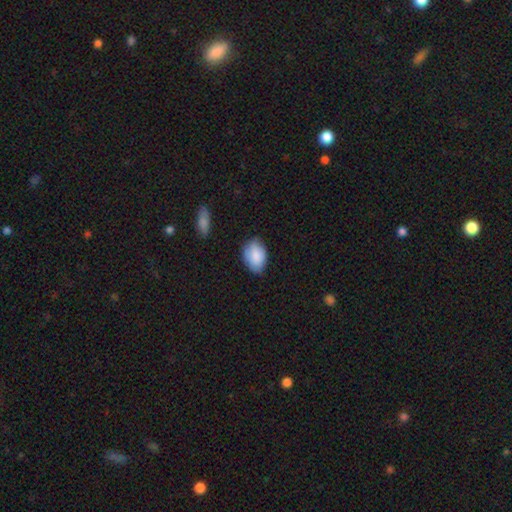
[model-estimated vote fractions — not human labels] Q: Smooth or featured?
A: smooth (85%); runner-up: featured or disk (8%)
Q: How rounded?
A: in between (81%); runner-up: round (18%)
Q: Merging?
A: none (69%); runner-up: minor disturbance (26%)